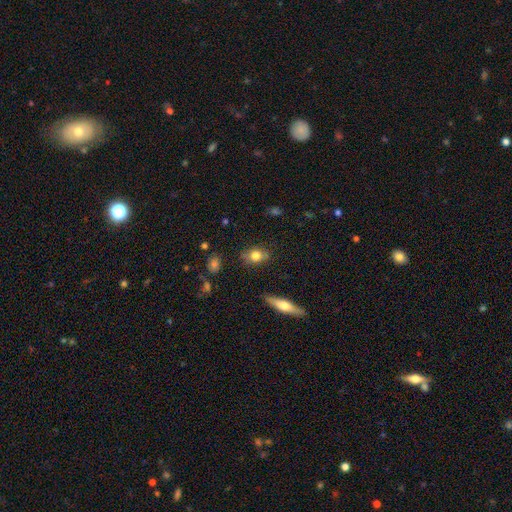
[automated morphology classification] Overall: smooth (75%). How rounded: in between (56%; round 39%). Merging: none (77%).